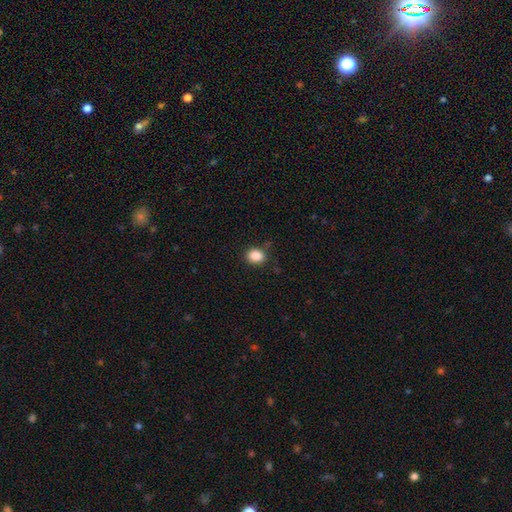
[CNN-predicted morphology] smooth_or_featured: smooth (p=0.87) [alt: star or artifact p=0.10]
how_rounded: in between (p=0.51) [alt: round p=0.48]
merging: none (p=0.80) [alt: minor disturbance p=0.14]